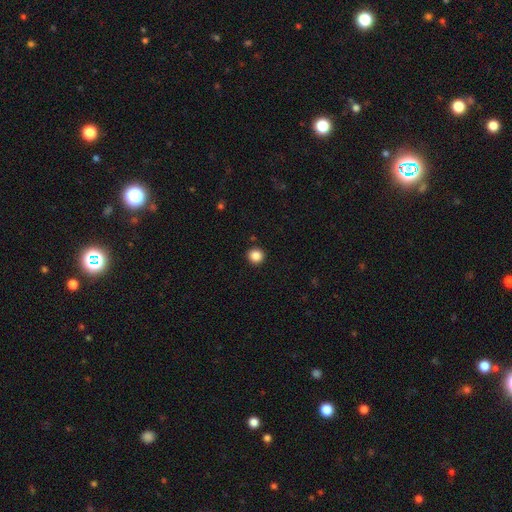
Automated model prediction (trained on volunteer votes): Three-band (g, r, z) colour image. It shows a smooth galaxy with no disk features (87%) that is round (95%). Merging: none (93%).